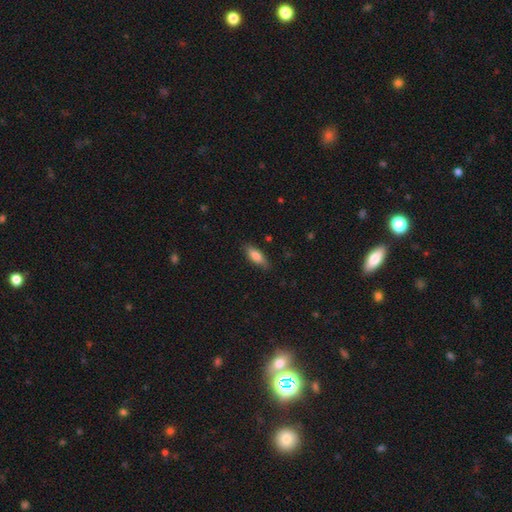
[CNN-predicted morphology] Q: Smooth or featured?
A: smooth (78%); runner-up: featured or disk (15%)
Q: How rounded?
A: in between (63%); runner-up: cigar-shaped (34%)
Q: Merging?
A: none (82%); runner-up: minor disturbance (14%)